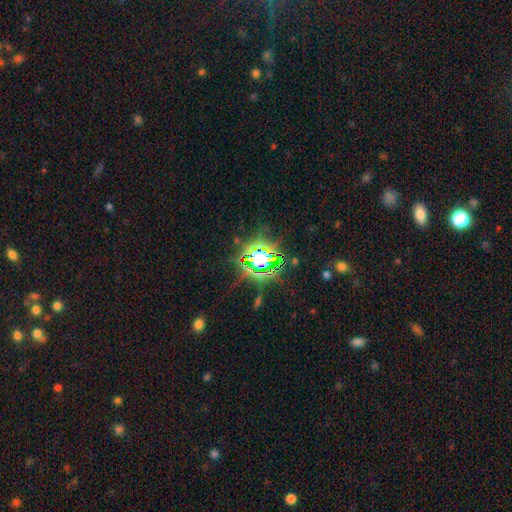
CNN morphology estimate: The model was most divided on "smooth or featured": star or artifact: 76%, smooth: 13%, featured or disk: 11%.